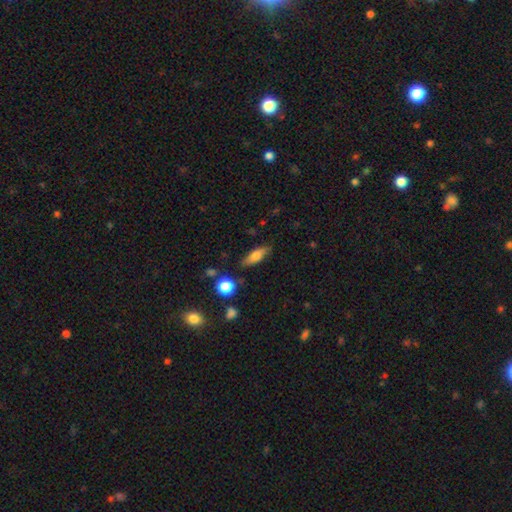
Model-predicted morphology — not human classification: Smooth or featured? Predicted: smooth (p=0.71). How rounded? Predicted: in between (p=0.63). Merging? Predicted: none (p=0.79).